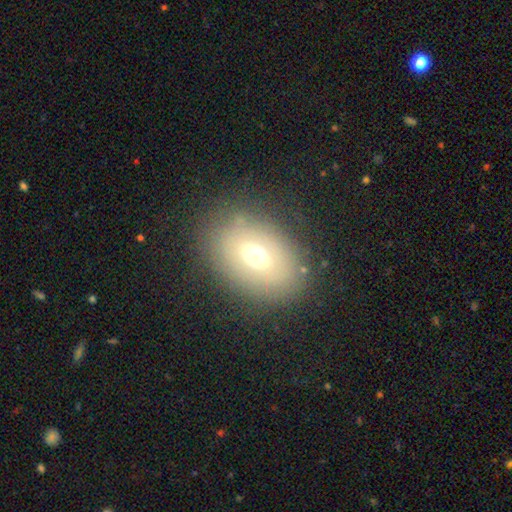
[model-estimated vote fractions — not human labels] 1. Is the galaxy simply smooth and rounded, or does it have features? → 55% smooth, 33% featured or disk, 12% star or artifact.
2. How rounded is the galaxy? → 80% in between, 18% round, 1% cigar-shaped.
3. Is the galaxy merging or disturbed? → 78% none, 14% minor disturbance, 6% major disturbance, 2% merger.